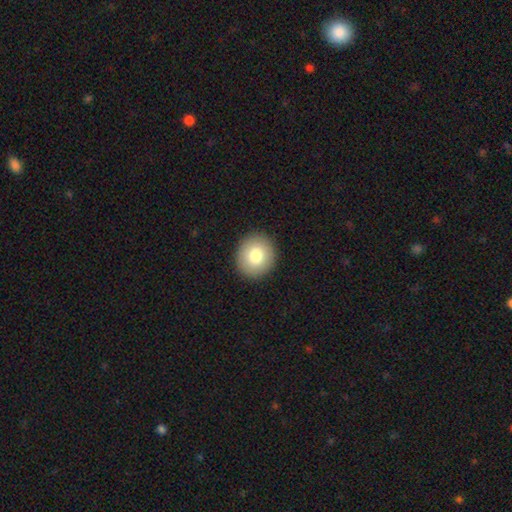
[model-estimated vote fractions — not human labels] smooth_or_featured: smooth (p=0.80) [alt: featured or disk p=0.11]
how_rounded: round (p=0.81) [alt: in between p=0.18]
merging: none (p=0.91) [alt: minor disturbance p=0.06]